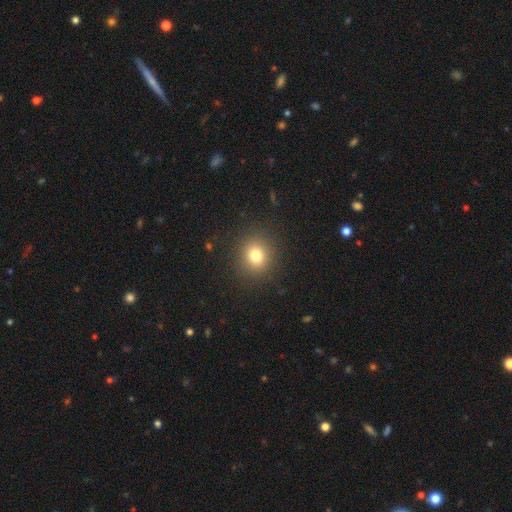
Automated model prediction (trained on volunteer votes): Overall: smooth (79%). How rounded: round (84%). Merging: none (90%).